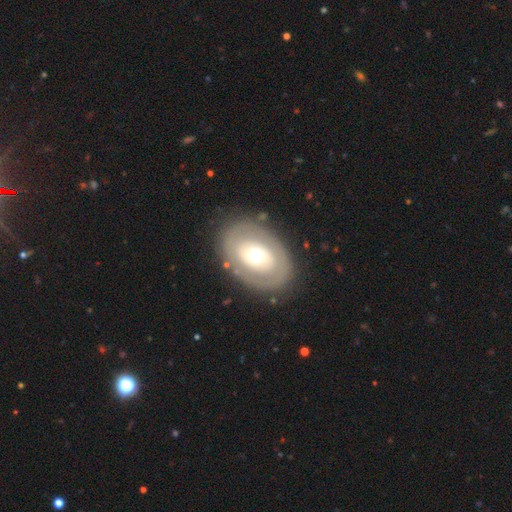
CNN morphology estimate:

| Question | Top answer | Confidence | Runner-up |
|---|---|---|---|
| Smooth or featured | featured or disk | 52% | smooth (42%) |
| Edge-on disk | no | 92% | yes (8%) |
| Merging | none | 81% | minor disturbance (11%) |